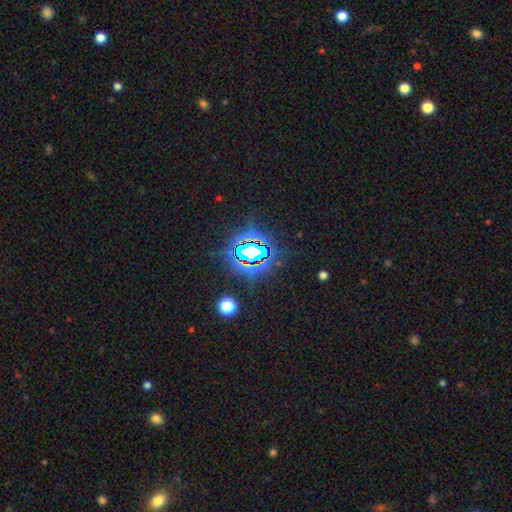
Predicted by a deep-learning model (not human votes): smooth_or_featured: star or artifact (p=0.76) [alt: smooth p=0.13]